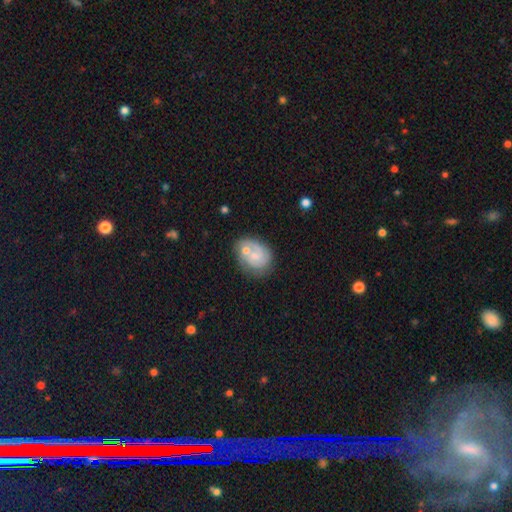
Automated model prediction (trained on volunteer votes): smooth_or_featured: featured or disk (p=0.61) [alt: smooth p=0.33]
disk_edge_on: no (p=0.98) [alt: yes p=0.02]
bar: no (p=0.70) [alt: weak p=0.26]
has_spiral_arms: yes (p=0.77) [alt: no p=0.23]
bulge_size: small (p=0.51) [alt: moderate p=0.34]
merging: none (p=0.44) [alt: merger p=0.27]